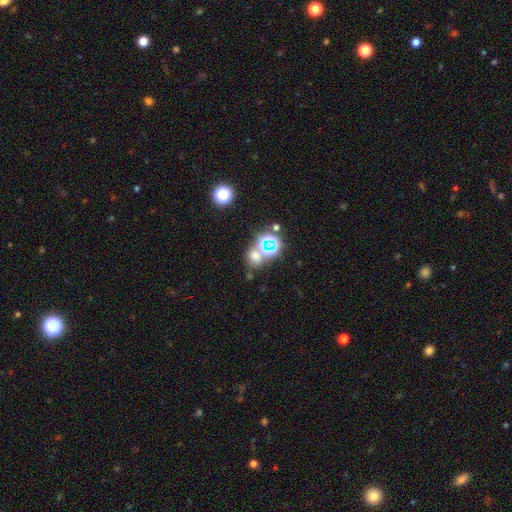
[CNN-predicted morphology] The model was most divided on "smooth or featured": smooth: 51%, star or artifact: 39%, featured or disk: 10%. More confident: how rounded — round (66%); merging — none (53%).